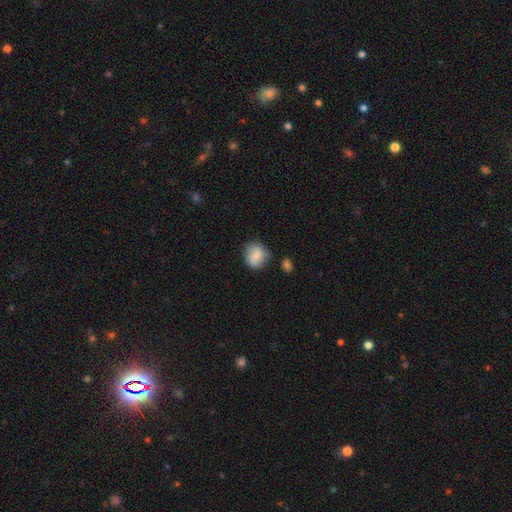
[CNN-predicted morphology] smooth 72%, featured or disk 21%, star or artifact 8%. Down the decision tree: how rounded — round (79%); merging — none (70%).